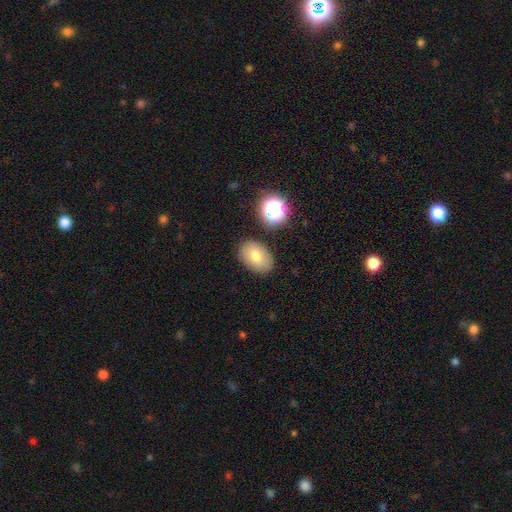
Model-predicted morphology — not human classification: smooth-or-featured: smooth: 74% | featured or disk: 14% | star or artifact: 12%
  how-rounded: in between: 84% | round: 15% | cigar-shaped: 1%
  merging: none: 84% | minor disturbance: 10% | merger: 3% | major disturbance: 3%